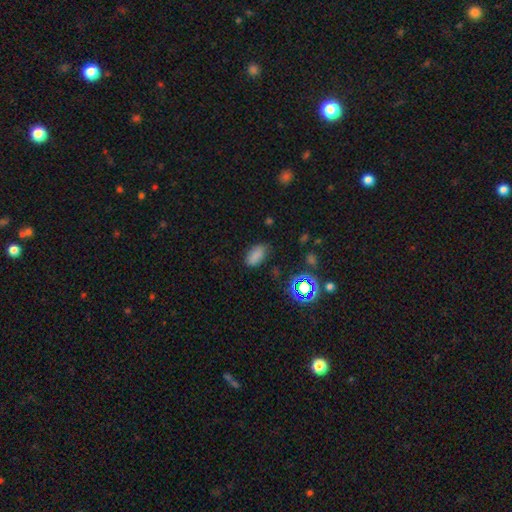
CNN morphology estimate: Smooth or featured: smooth — 79% (star or artifact — 16%)
How rounded: in between — 91% (round — 5%)
Merging: none — 78% (minor disturbance — 16%)